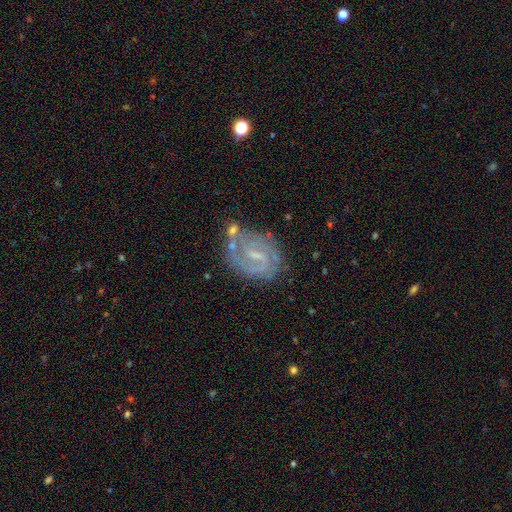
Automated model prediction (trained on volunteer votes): Smooth or featured: featured or disk — 81% (smooth — 9%)
Edge-on disk: no — 97% (yes — 3%)
Bar: weak — 54% (strong — 26%)
Spiral arms: yes — 94% (no — 6%)
Spiral winding: tight — 47% (medium — 42%)
Spiral arm count: 2 — 75% (can't tell — 11%)
Bulge size: small — 61% (moderate — 19%)
Merging: none — 65% (minor disturbance — 18%)